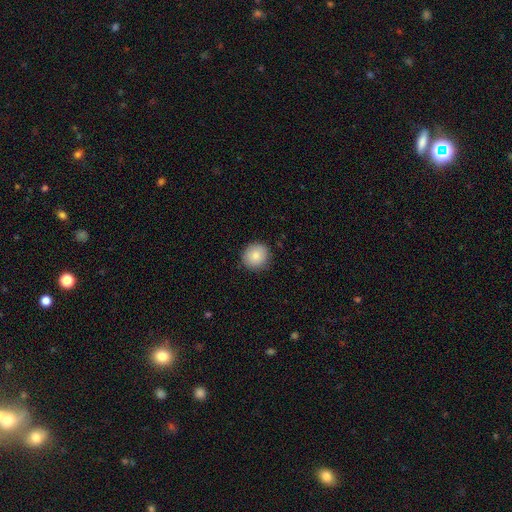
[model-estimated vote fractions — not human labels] Smooth or featured: smooth — 84% (featured or disk — 8%)
How rounded: round — 92% (in between — 7%)
Merging: none — 89% (minor disturbance — 8%)